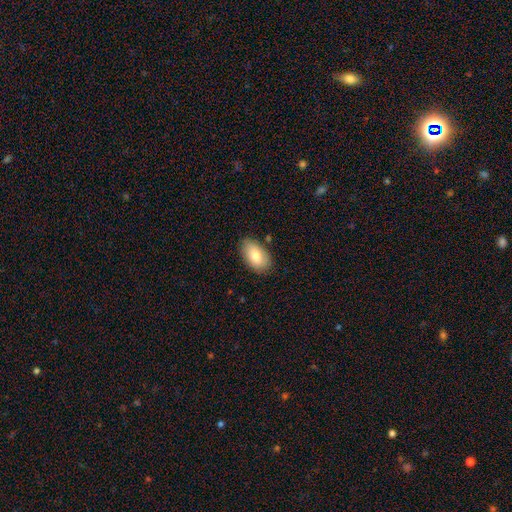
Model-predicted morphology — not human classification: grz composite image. It shows a smooth galaxy with no disk features (79%) that is in between round and cigar-shaped (94%). Merging: none (83%).